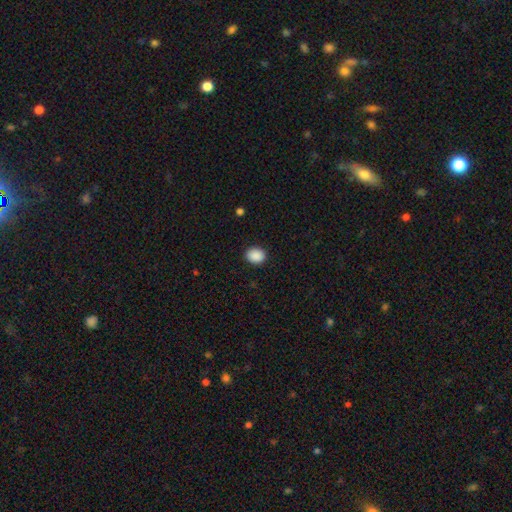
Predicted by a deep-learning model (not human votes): A smooth galaxy with no disk features (90%) that is in between round and cigar-shaped (53%).

Vote fractions:
- Smooth or featured? smooth: 90% / star or artifact: 8% / featured or disk: 2%
- How rounded? in between: 53% / round: 46% / cigar-shaped: 1%
- Merging? none: 90% / minor disturbance: 7% / major disturbance: 2% / merger: 1%